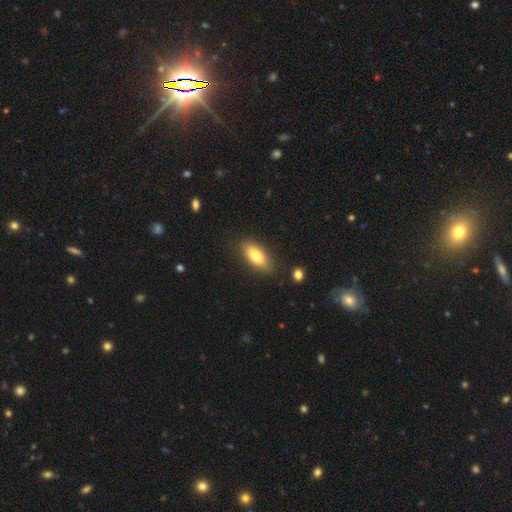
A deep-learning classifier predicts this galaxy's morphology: smooth-or-featured: smooth: 79% | featured or disk: 14% | star or artifact: 6%
  how-rounded: in between: 84% | cigar-shaped: 13% | round: 3%
  merging: none: 85% | minor disturbance: 11% | major disturbance: 3% | merger: 2%